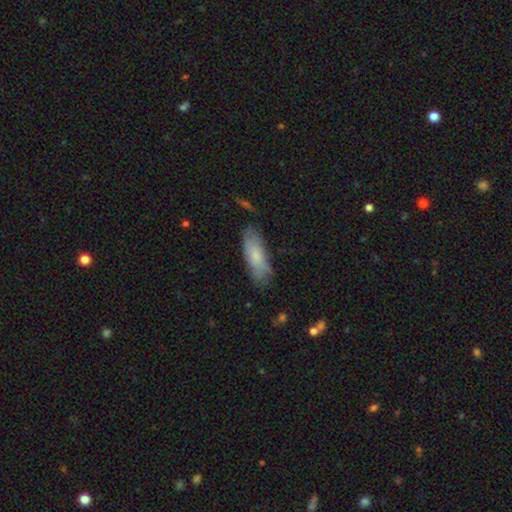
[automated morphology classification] smooth-or-featured: smooth: 71% | featured or disk: 23% | star or artifact: 6%
  how-rounded: in between: 65% | cigar-shaped: 33% | round: 2%
  merging: none: 70% | minor disturbance: 23% | major disturbance: 5% | merger: 2%